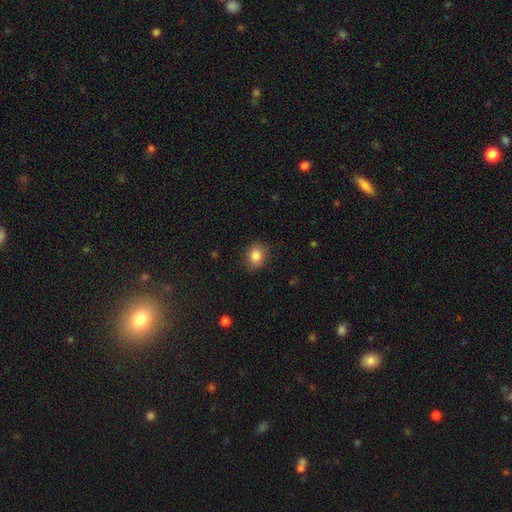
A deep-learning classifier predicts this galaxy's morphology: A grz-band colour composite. It shows a smooth galaxy with no disk features (85%) that is round (52%). Merging: none (83%).